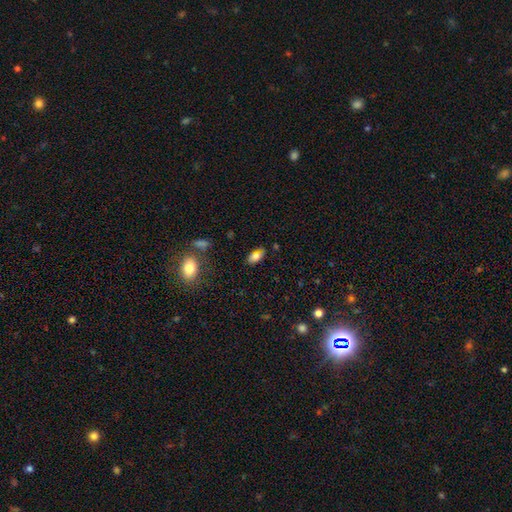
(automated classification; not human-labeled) Smooth or featured?
  - smooth: 79% *
  - featured or disk: 12%
  - star or artifact: 9%
How rounded?
  - in between: 90% *
  - cigar-shaped: 5%
  - round: 5%
Merging?
  - none: 80% *
  - minor disturbance: 14%
  - major disturbance: 4%
  - merger: 3%